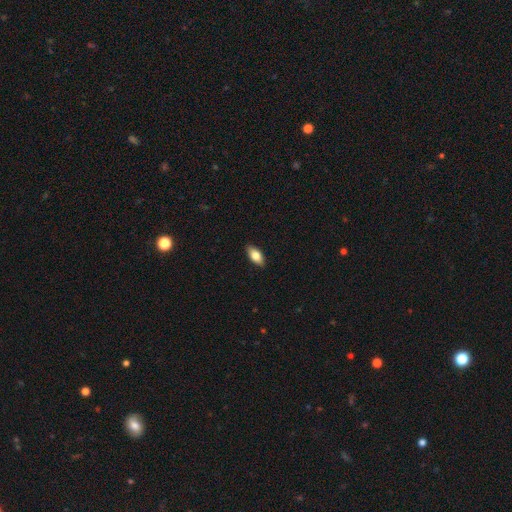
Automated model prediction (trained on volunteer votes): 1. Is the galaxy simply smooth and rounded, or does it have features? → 78% smooth, 15% featured or disk, 6% star or artifact.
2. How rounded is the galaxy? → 89% in between, 7% cigar-shaped, 3% round.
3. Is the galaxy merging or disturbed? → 89% none, 8% minor disturbance, 2% major disturbance, 1% merger.